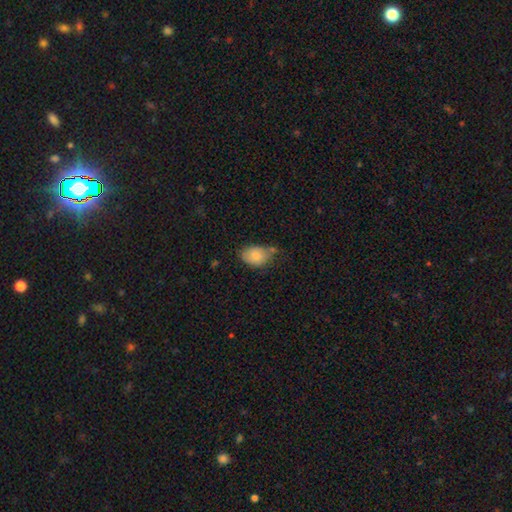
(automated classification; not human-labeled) smooth-or-featured: smooth: 82% | featured or disk: 11% | star or artifact: 7%
  how-rounded: in between: 81% | round: 18% | cigar-shaped: 1%
  merging: none: 52% | minor disturbance: 32% | major disturbance: 8% | merger: 8%